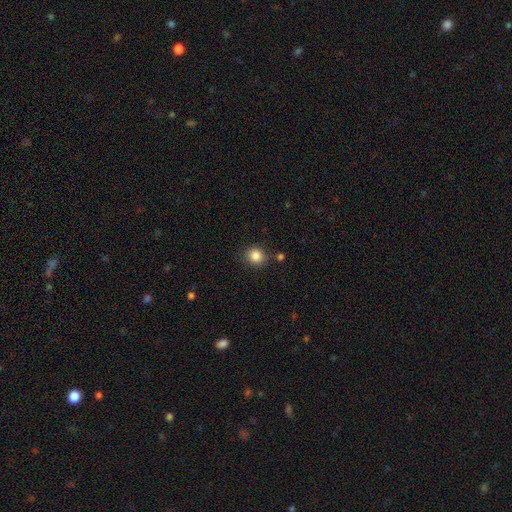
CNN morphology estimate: This appears to be a smooth galaxy with no disk features (85%) that is round (83%). Merging: none (84%).